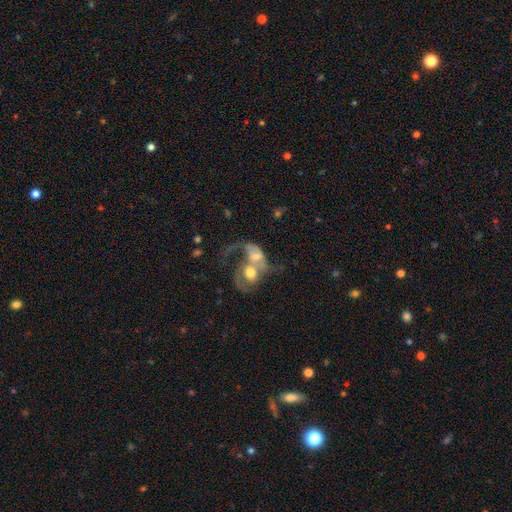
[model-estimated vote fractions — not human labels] This appears to be a featured or disk galaxy (58%) with no bar (65%), spiral arms (71%) and a moderate central bulge (54%). Merging: merger (78%).